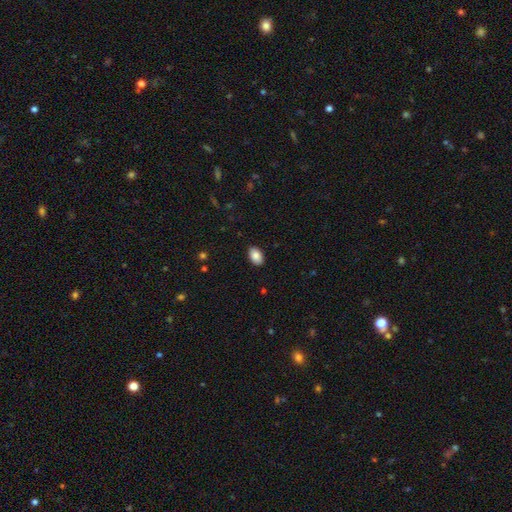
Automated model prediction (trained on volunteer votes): A smooth galaxy with no disk features (87%) that is in between round and cigar-shaped (90%).

Vote fractions:
- Smooth or featured? smooth: 87% / star or artifact: 7% / featured or disk: 6%
- How rounded? in between: 90% / round: 9% / cigar-shaped: 1%
- Merging? none: 89% / minor disturbance: 8% / major disturbance: 2% / merger: 1%